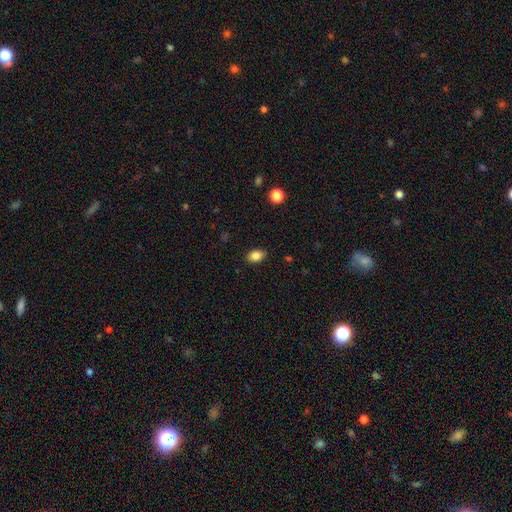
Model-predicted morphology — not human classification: Smooth or featured? smooth (86%)
How rounded? in between (83%)
Merging? none (87%)